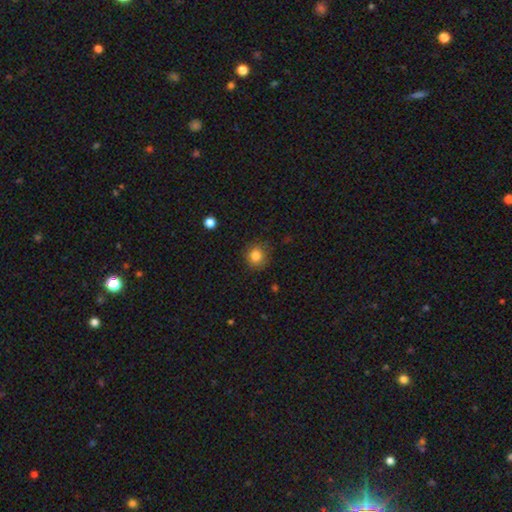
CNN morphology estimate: smooth_or_featured: smooth (p=0.83) [alt: star or artifact p=0.11]
how_rounded: round (p=0.88) [alt: in between p=0.11]
merging: none (p=0.85) [alt: minor disturbance p=0.11]